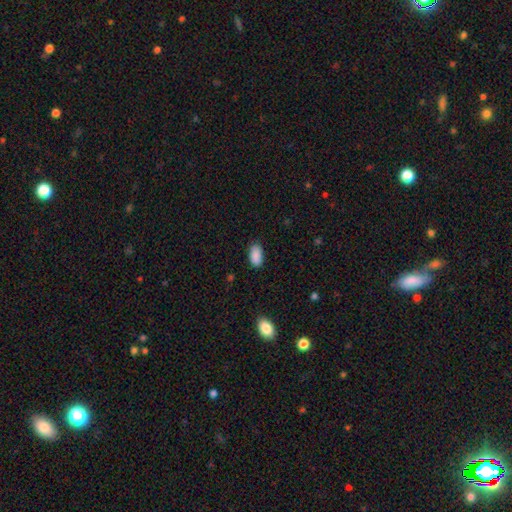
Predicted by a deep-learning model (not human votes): smooth 89%, star or artifact 7%, featured or disk 4%. Down the decision tree: how rounded — in between (94%); merging — none (85%).